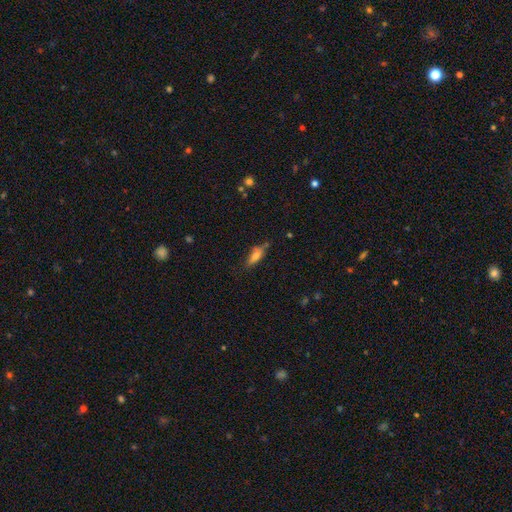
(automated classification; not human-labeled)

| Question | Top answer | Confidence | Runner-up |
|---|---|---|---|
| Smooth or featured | smooth | 69% | featured or disk (22%) |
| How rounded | in between | 58% | cigar-shaped (39%) |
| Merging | none | 64% | minor disturbance (24%) |